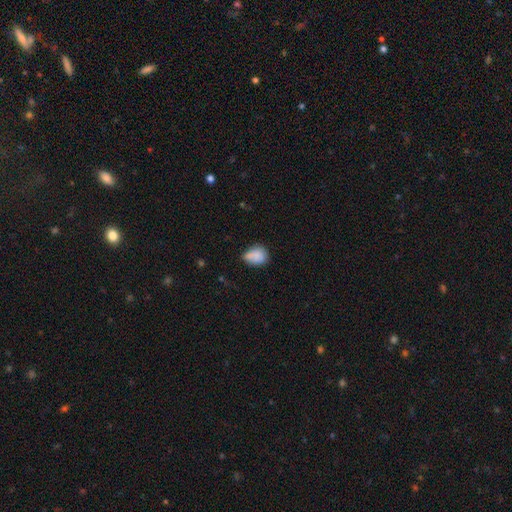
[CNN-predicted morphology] Smooth or featured? Predicted: smooth (p=0.81). How rounded? Predicted: in between (p=0.60). Merging? Predicted: none (p=0.51).